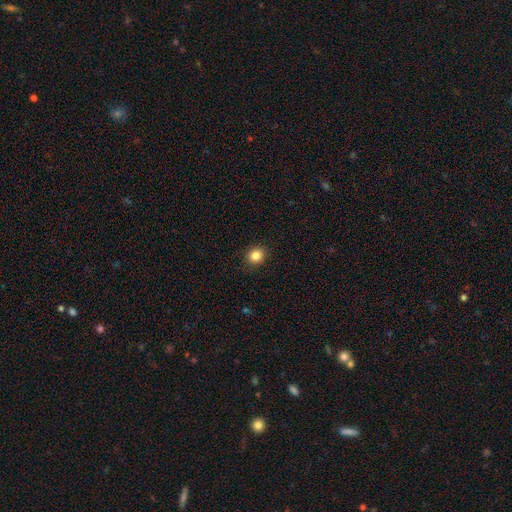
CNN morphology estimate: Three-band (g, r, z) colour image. It shows a smooth galaxy with no disk features (85%) that is round (78%). Merging: none (90%).